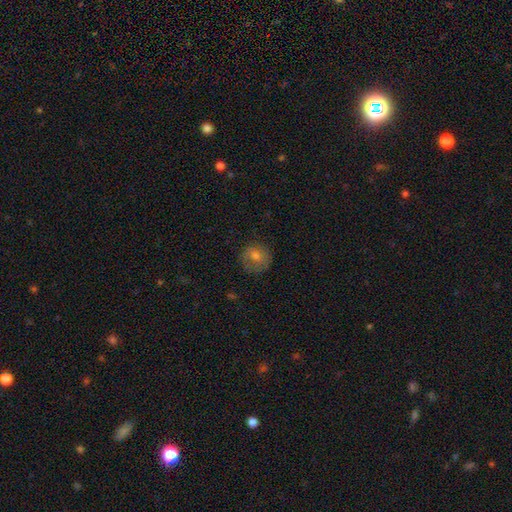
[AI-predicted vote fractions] The model was most divided on "smooth or featured": smooth: 61%, featured or disk: 26%, star or artifact: 13%. More confident: how rounded — round (87%); merging — none (76%).